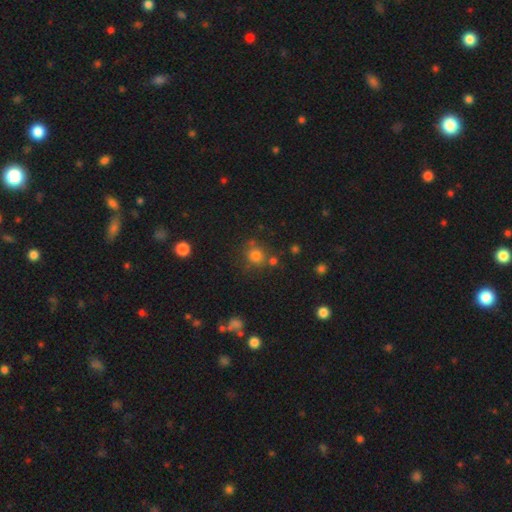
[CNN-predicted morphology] Overall: smooth (76%). How rounded: round (88%). Merging: none (70%).